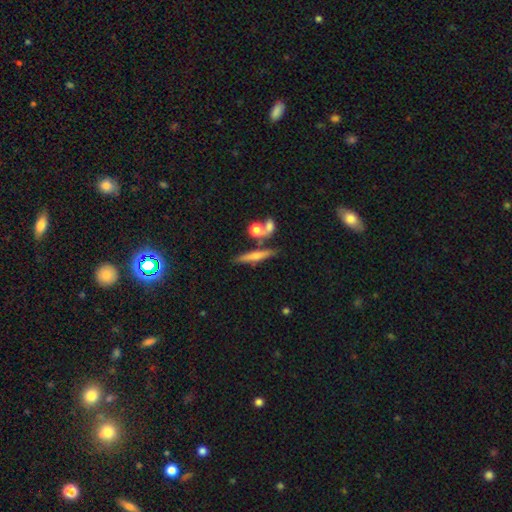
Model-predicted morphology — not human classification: Smooth or featured? smooth (51%)
How rounded? cigar-shaped (81%)
Merging? none (66%)